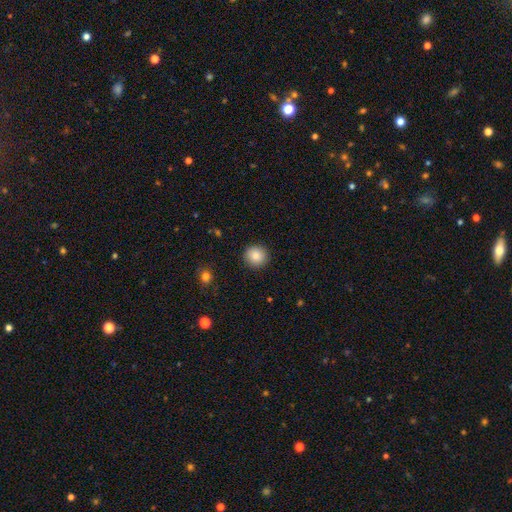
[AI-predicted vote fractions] This appears to be a smooth galaxy with no disk features (86%) that is round (94%). Merging: none (91%).